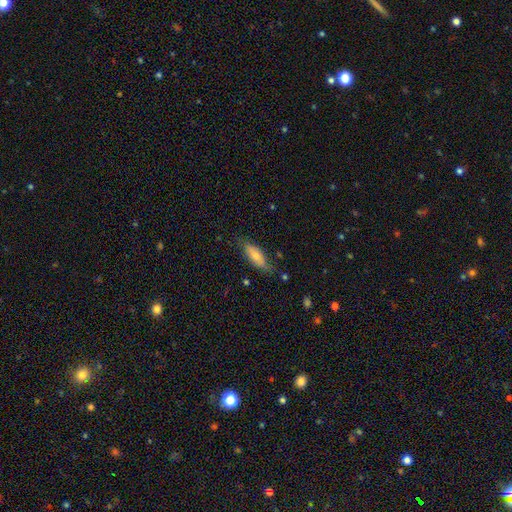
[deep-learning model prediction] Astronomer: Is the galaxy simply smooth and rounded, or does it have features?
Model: smooth — 72%.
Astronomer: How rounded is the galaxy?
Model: in between — 67%.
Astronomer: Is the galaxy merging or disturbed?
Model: none — 69%.